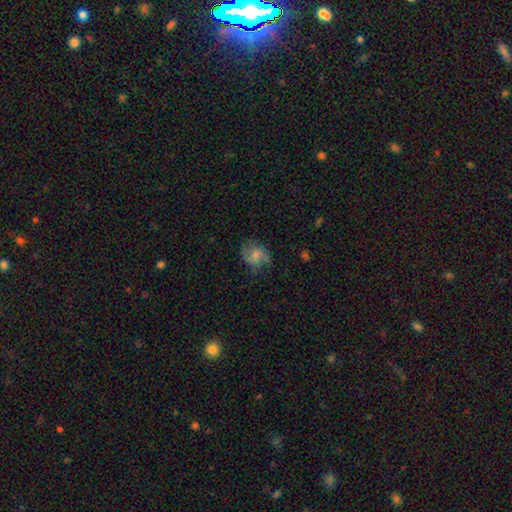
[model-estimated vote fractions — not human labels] Smooth or featured? Predicted: smooth (p=0.52). How rounded? Predicted: in between (p=0.57). Merging? Predicted: none (p=0.57).